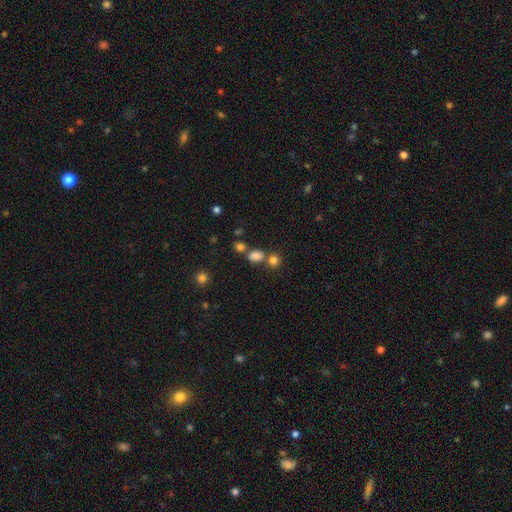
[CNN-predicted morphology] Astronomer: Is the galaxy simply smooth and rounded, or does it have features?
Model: smooth — 77%.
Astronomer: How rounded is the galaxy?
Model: in between — 62% (runner-up: round, 37%).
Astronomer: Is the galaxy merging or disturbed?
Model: none — 52% (runner-up: merger, 32%).